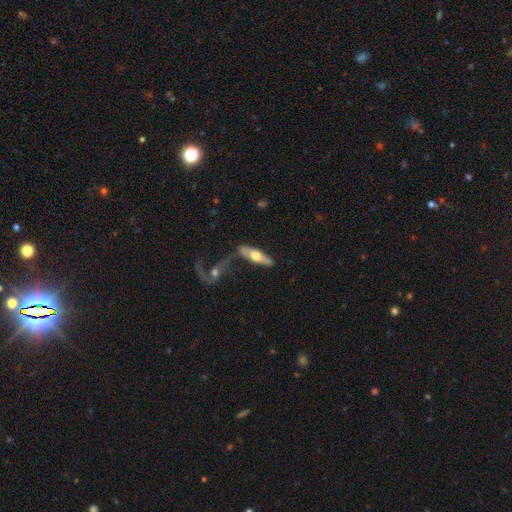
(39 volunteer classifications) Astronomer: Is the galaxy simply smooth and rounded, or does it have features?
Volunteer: featured or disk — 67%.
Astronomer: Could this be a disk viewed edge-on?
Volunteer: yes — 69%.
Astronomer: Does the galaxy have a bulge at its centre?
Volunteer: rounded — 100%.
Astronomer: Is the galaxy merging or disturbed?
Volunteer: none — 51% (runner-up: merger, 43%).